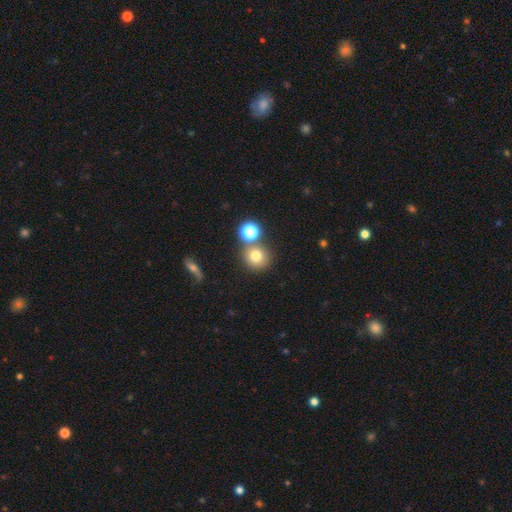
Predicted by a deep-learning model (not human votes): Smooth or featured? Predicted: smooth (p=0.74). How rounded? Predicted: round (p=0.90). Merging? Predicted: none (p=0.68).